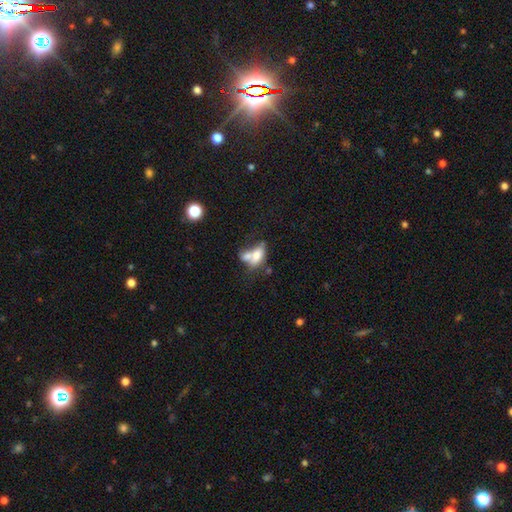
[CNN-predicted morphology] smooth-or-featured: smooth: 64% | featured or disk: 27% | star or artifact: 10%
  how-rounded: in between: 79% | cigar-shaped: 13% | round: 8%
  merging: merger: 55% | none: 22% | minor disturbance: 12% | major disturbance: 11%